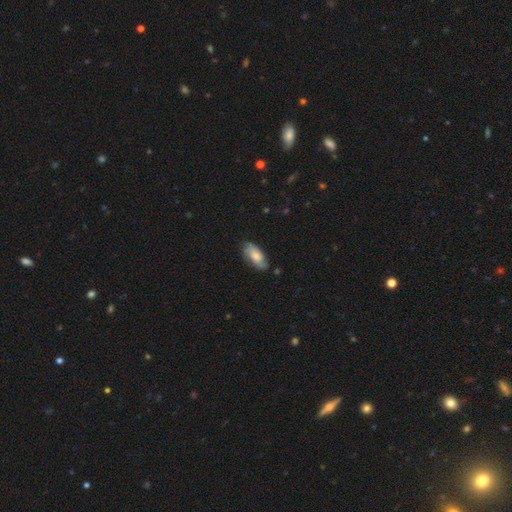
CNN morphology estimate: Q: Smooth or featured?
A: smooth (59%); runner-up: featured or disk (34%)
Q: How rounded?
A: in between (88%); runner-up: cigar-shaped (10%)
Q: Merging?
A: none (73%); runner-up: minor disturbance (21%)